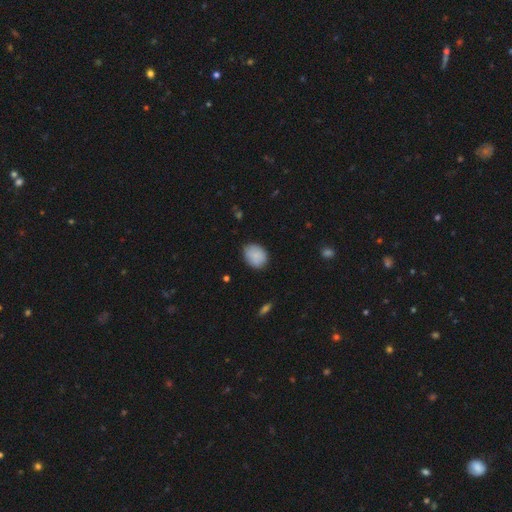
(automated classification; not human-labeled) Q: Smooth or featured?
A: smooth (85%); runner-up: featured or disk (8%)
Q: How rounded?
A: in between (63%); runner-up: round (36%)
Q: Merging?
A: none (75%); runner-up: minor disturbance (20%)